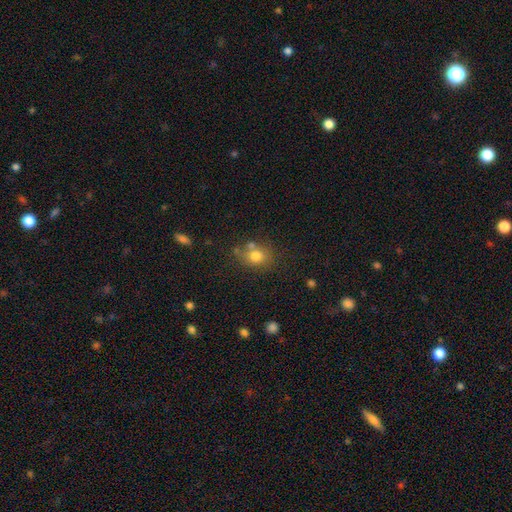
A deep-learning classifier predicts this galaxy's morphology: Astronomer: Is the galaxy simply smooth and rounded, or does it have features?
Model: smooth — 76%.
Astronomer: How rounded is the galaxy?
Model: round — 61% (runner-up: in between, 38%).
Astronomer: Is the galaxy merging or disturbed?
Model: none — 59%.